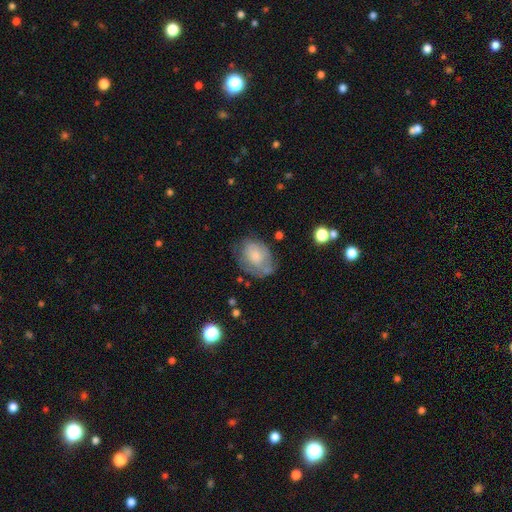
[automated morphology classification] This appears to be a smooth galaxy with no disk features (62%) that is in between round and cigar-shaped (74%). Merging: none (50%).